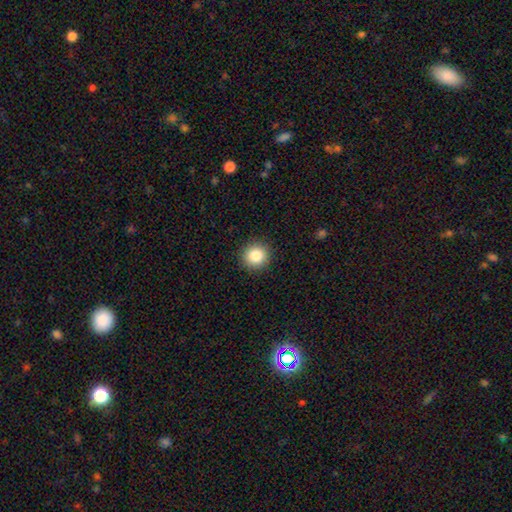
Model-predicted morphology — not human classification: smooth 84%, star or artifact 10%, featured or disk 5%. Down the decision tree: how rounded — round (93%); merging — none (92%).